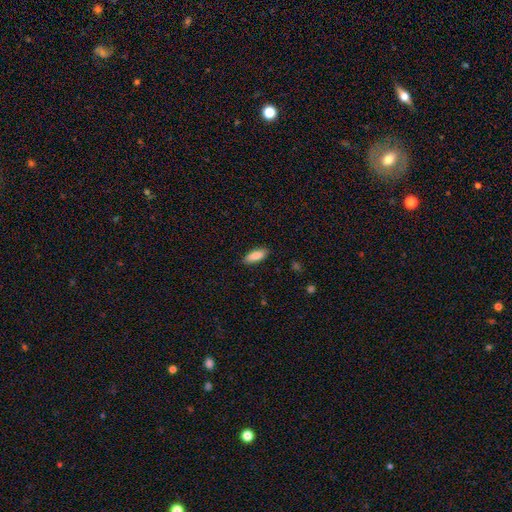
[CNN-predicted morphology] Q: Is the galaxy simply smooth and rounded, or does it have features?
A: smooth — 86%.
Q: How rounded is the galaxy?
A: in between — 71%.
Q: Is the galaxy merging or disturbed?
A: none — 87%.